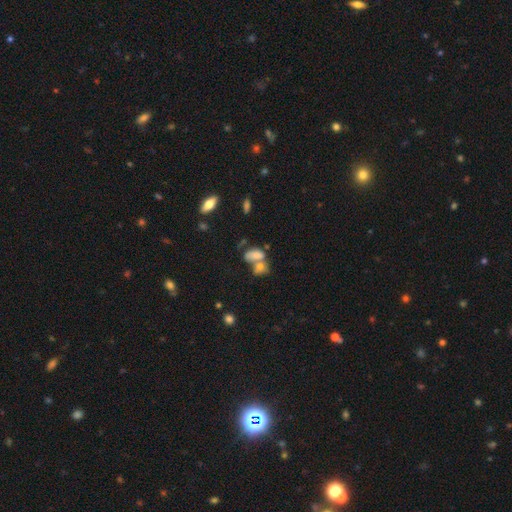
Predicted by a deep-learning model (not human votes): Smooth or featured? Predicted: smooth (p=0.72). How rounded? Predicted: in between (p=0.85). Merging? Predicted: merger (p=0.59).